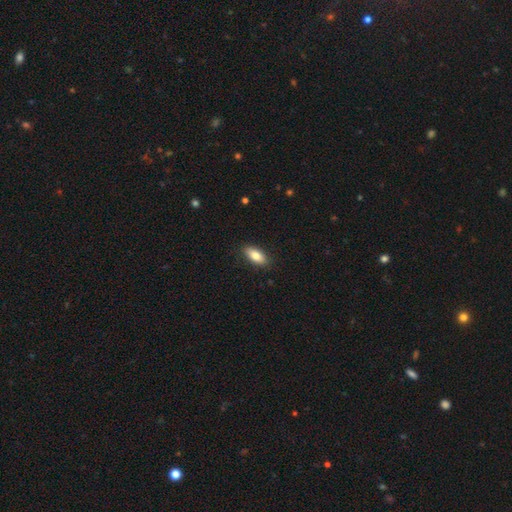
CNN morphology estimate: Smooth or featured? smooth (81%)
How rounded? in between (85%)
Merging? none (87%)